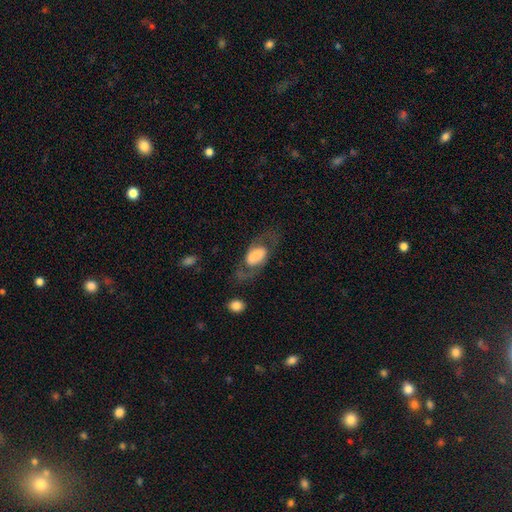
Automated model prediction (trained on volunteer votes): A featured or disk galaxy (48%). Merging: none (54%).